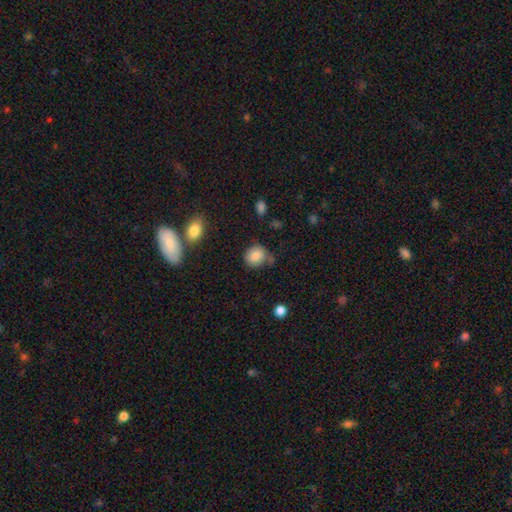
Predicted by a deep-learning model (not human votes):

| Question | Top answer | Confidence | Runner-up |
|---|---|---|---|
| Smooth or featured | smooth | 83% | star or artifact (10%) |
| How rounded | round | 73% | in between (26%) |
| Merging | none | 70% | minor disturbance (18%) |